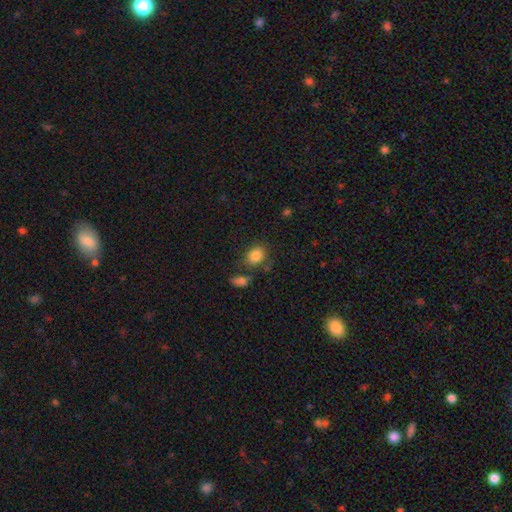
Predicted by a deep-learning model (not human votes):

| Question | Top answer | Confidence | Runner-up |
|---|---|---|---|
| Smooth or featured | smooth | 83% | star or artifact (10%) |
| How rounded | round | 52% | in between (47%) |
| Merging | none | 70% | minor disturbance (15%) |